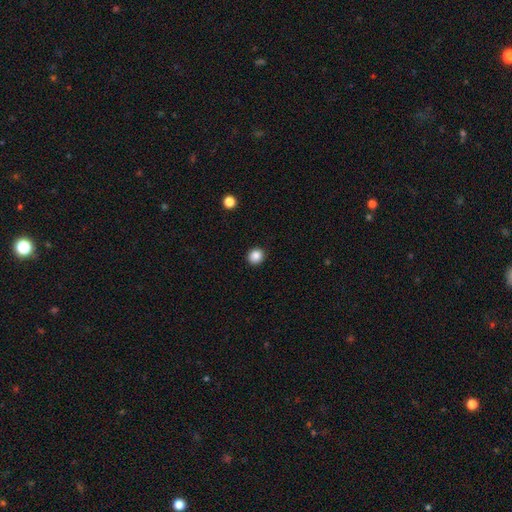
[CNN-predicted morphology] smooth 86%, star or artifact 10%, featured or disk 3%. Down the decision tree: how rounded — round (88%); merging — none (92%).